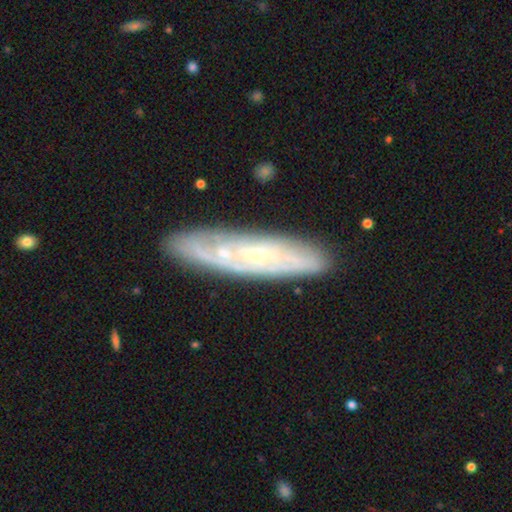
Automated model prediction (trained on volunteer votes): Smooth or featured: featured or disk — 70% (smooth — 23%)
Edge-on disk: no — 61% (yes — 39%)
Merging: none — 81% (minor disturbance — 13%)